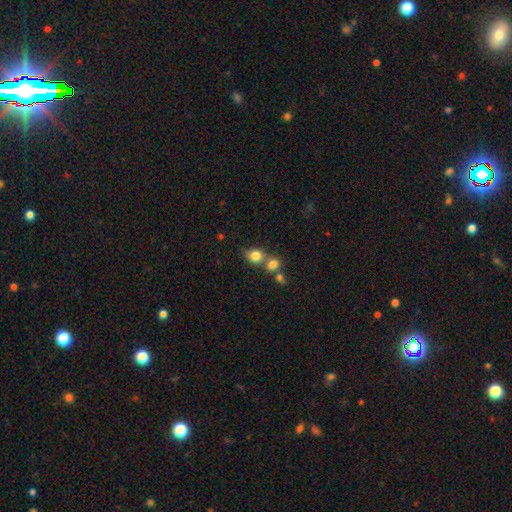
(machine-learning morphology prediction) A smooth galaxy with no disk features (81%) that is round (66%). Merging: none (44%).